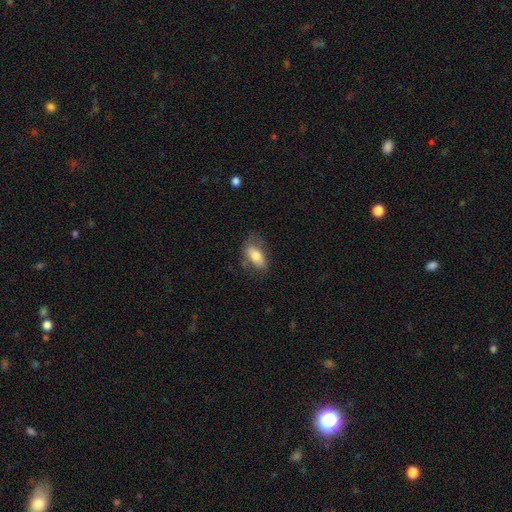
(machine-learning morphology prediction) This appears to be a smooth galaxy with no disk features (72%) that is in between round and cigar-shaped (86%). Merging: none (60%).